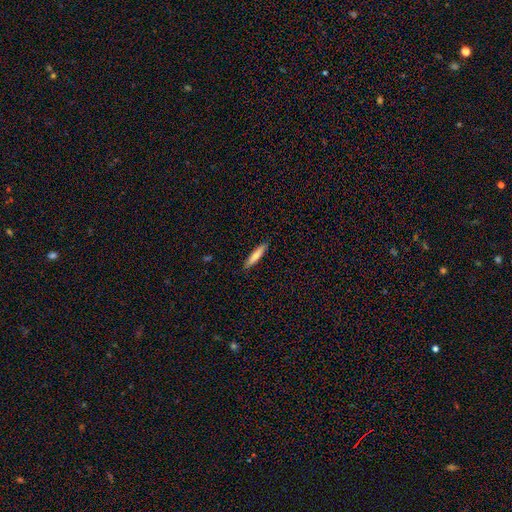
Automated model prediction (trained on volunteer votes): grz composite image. It shows a smooth galaxy with no disk features (74%) that is cigar-shaped (87%). Merging: none (89%).